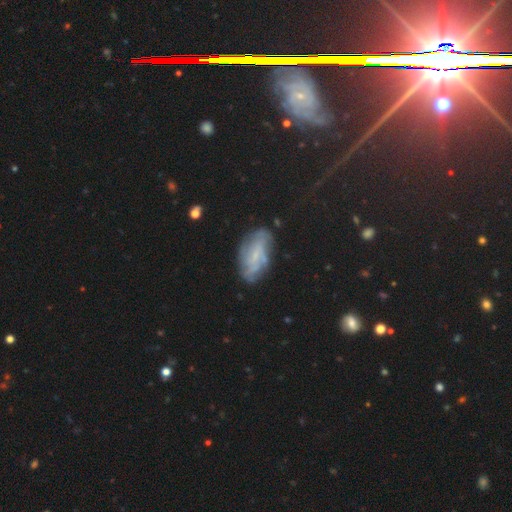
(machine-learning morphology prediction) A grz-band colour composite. It shows a featured or disk galaxy (55%) with no bar (56%), spiral arms (71%) and a small central bulge (66%). Merging: none (70%).